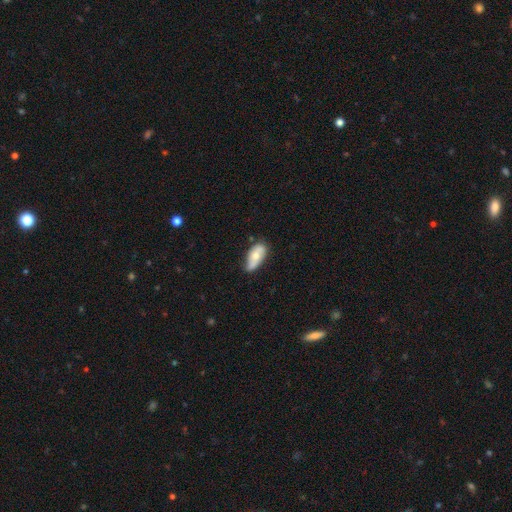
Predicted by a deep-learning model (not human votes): smooth-or-featured: smooth: 58% | featured or disk: 35% | star or artifact: 6%
  how-rounded: in between: 88% | cigar-shaped: 9% | round: 3%
  merging: none: 57% | minor disturbance: 34% | major disturbance: 7% | merger: 3%